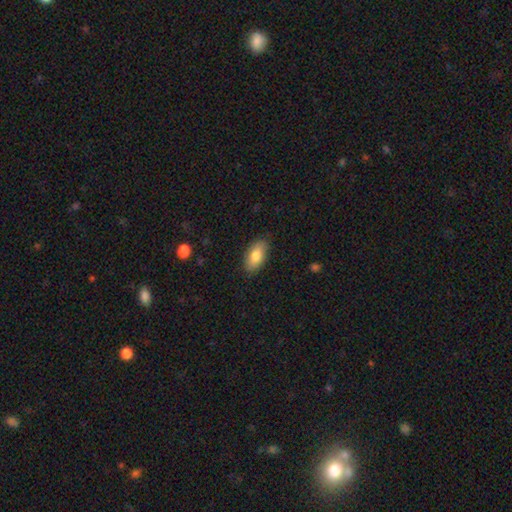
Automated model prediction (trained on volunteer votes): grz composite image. It shows a smooth galaxy with no disk features (80%) that is in between round and cigar-shaped (92%). Merging: none (85%).